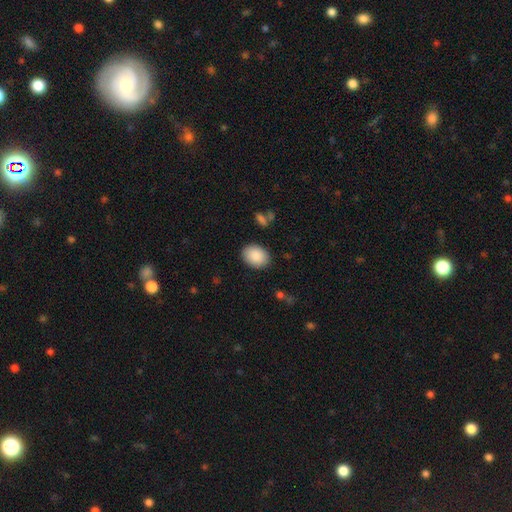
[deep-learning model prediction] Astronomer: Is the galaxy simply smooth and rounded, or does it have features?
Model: smooth — 90%.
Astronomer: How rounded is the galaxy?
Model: in between — 67%.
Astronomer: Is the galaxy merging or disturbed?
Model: none — 88%.